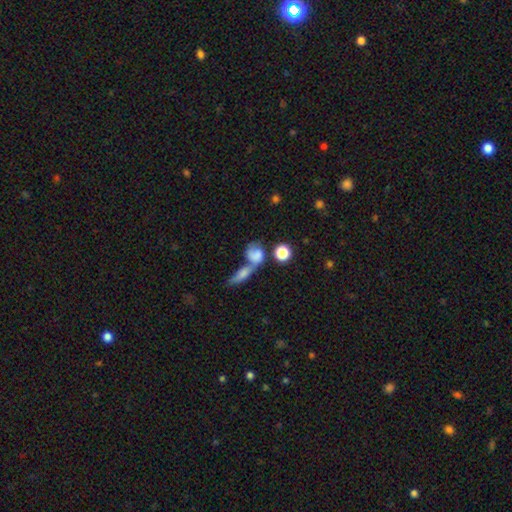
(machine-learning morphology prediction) Smooth or featured?
  - smooth: 59% *
  - featured or disk: 30%
  - star or artifact: 11%
How rounded?
  - round: 49% *
  - in between: 43%
  - cigar-shaped: 8%
Merging?
  - merger: 56% *
  - none: 26%
  - minor disturbance: 10%
  - major disturbance: 8%